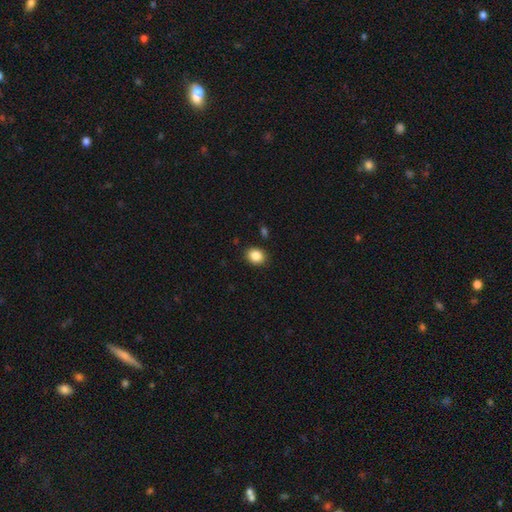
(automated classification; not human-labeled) A smooth galaxy with no disk features (87%) that is round (56%).

Vote fractions:
- Smooth or featured? smooth: 87% / star or artifact: 9% / featured or disk: 4%
- How rounded? round: 56% / in between: 43% / cigar-shaped: 1%
- Merging? none: 88% / minor disturbance: 8% / major disturbance: 2% / merger: 2%